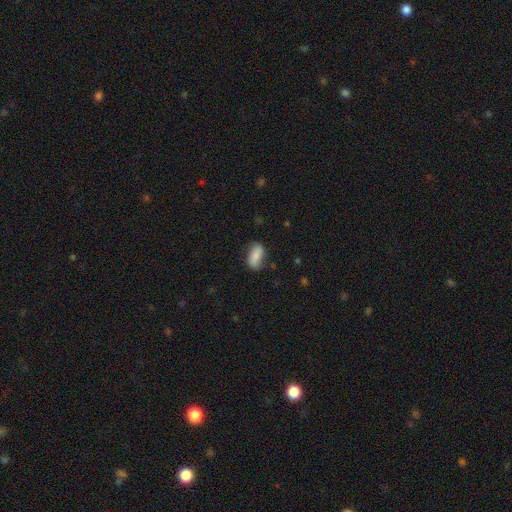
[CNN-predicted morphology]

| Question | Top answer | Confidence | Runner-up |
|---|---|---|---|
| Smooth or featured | smooth | 79% | featured or disk (14%) |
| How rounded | in between | 86% | cigar-shaped (10%) |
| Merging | none | 70% | minor disturbance (22%) |